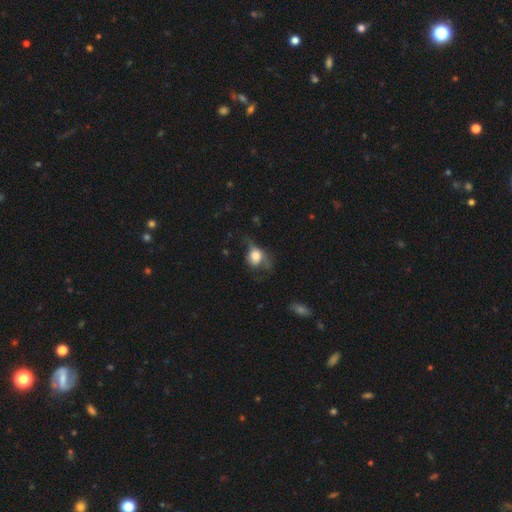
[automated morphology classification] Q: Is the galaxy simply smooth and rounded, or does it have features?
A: smooth — 62%.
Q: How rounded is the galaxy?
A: round — 58%.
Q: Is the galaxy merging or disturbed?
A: major disturbance — 43%.